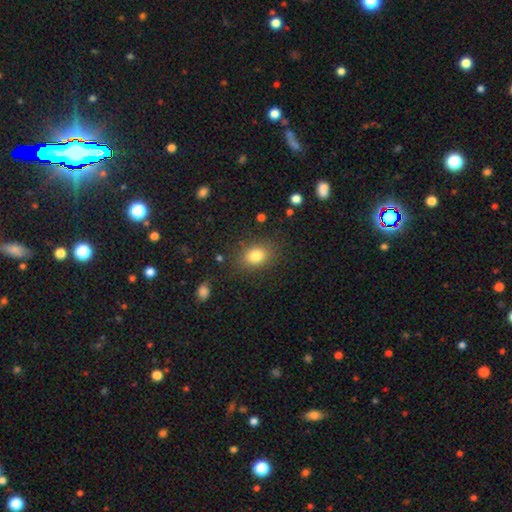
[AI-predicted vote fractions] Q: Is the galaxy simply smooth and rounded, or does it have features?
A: smooth — 81%.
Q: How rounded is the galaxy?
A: in between — 65%.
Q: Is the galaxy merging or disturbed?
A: none — 83%.